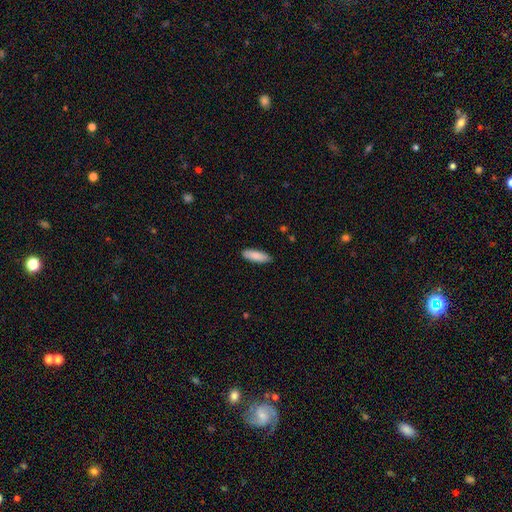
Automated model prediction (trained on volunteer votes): Overall: smooth (88%). How rounded: in between (55%; cigar-shaped 44%). Merging: none (87%).